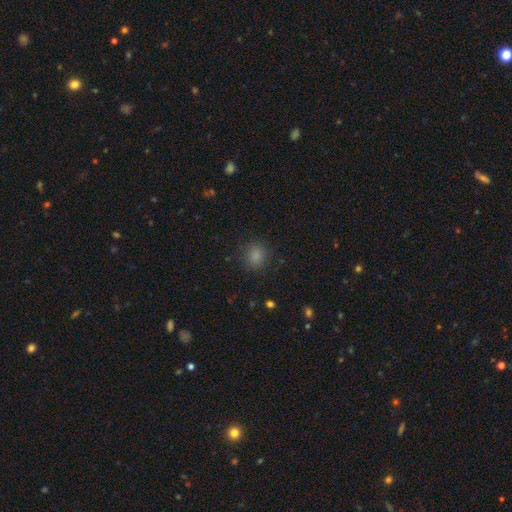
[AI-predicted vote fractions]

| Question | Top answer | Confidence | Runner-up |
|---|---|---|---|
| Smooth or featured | smooth | 83% | star or artifact (13%) |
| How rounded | round | 79% | in between (20%) |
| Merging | none | 84% | minor disturbance (11%) |